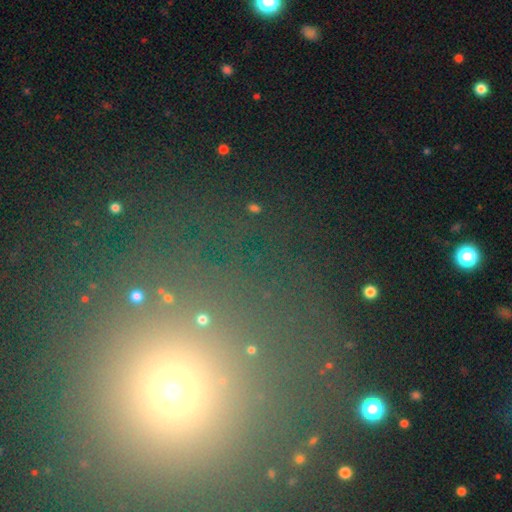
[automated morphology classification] Smooth or featured? smooth (47%)
Merging? none (82%)